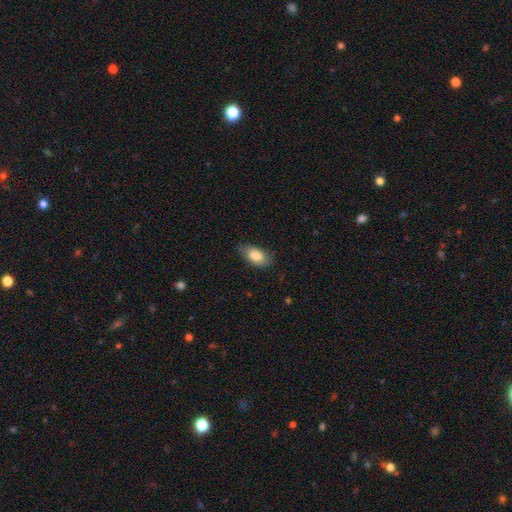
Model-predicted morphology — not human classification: Q: Smooth or featured?
A: smooth (82%); runner-up: featured or disk (11%)
Q: How rounded?
A: in between (91%); runner-up: cigar-shaped (4%)
Q: Merging?
A: none (71%); runner-up: minor disturbance (24%)